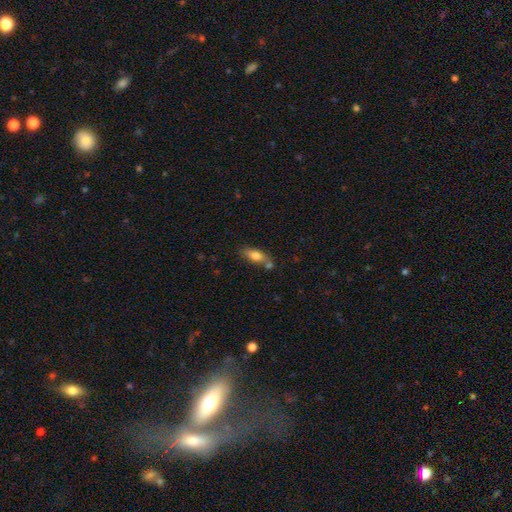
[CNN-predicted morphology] A smooth galaxy with no disk features (74%) that is in between round and cigar-shaped (73%).

Vote fractions:
- Smooth or featured? smooth: 74% / featured or disk: 18% / star or artifact: 8%
- How rounded? in between: 73% / cigar-shaped: 24% / round: 4%
- Merging? none: 57% / merger: 20% / minor disturbance: 18% / major disturbance: 5%